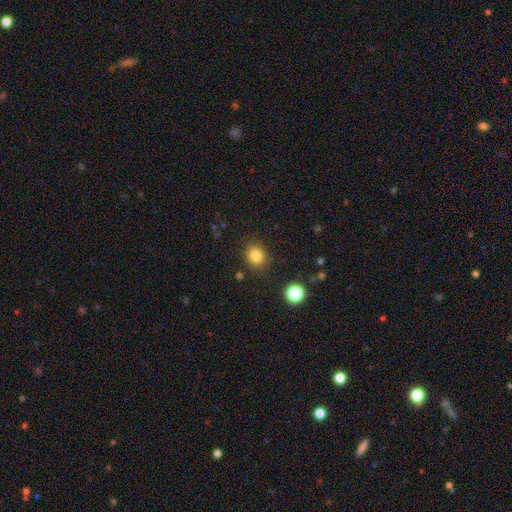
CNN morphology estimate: A smooth galaxy with no disk features (81%) that is round (76%). Merging: none (87%).